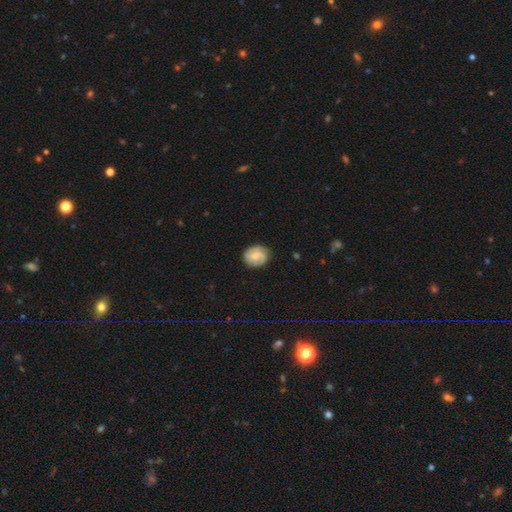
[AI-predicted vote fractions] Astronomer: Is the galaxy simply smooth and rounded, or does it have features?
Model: featured or disk — 50% (runner-up: smooth, 43%).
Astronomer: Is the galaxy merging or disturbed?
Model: none — 79%.